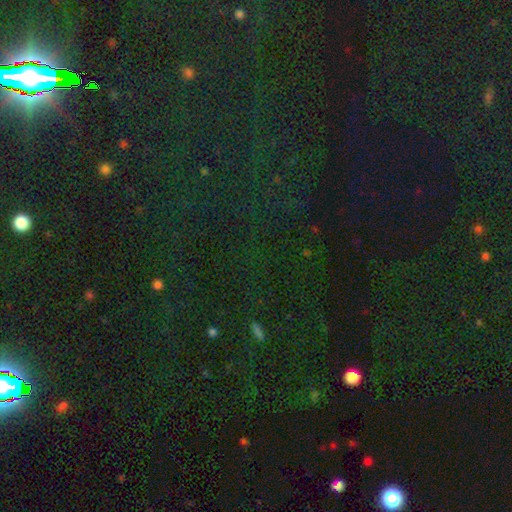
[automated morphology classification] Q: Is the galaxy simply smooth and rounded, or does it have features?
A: star or artifact — 80%.